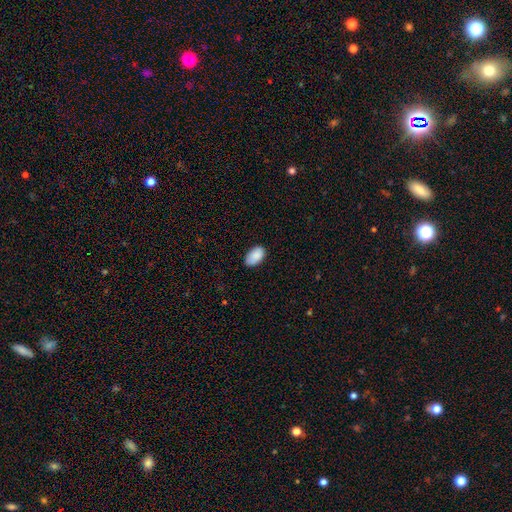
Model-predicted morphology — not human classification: Smooth or featured? Predicted: smooth (p=0.88). How rounded? Predicted: in between (p=0.94). Merging? Predicted: none (p=0.80).